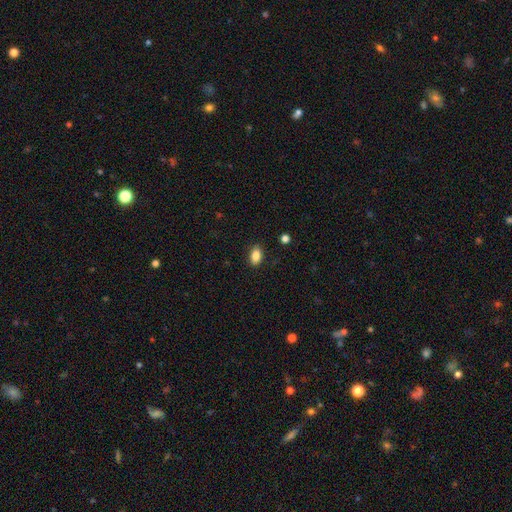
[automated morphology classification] A smooth galaxy with no disk features (85%) that is in between round and cigar-shaped (88%). Merging: none (87%).